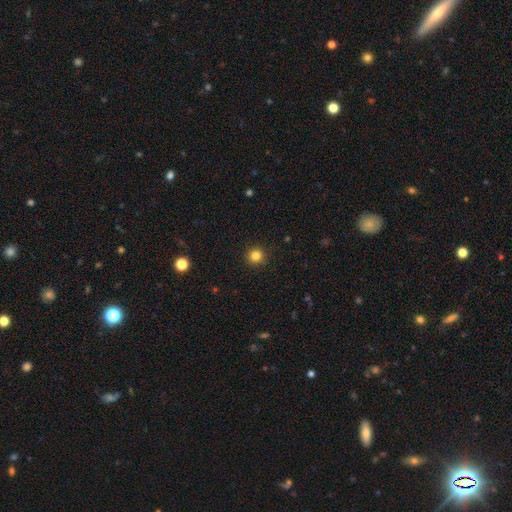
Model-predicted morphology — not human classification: Smooth or featured? Predicted: smooth (p=0.83). How rounded? Predicted: round (p=0.94). Merging? Predicted: none (p=0.91).